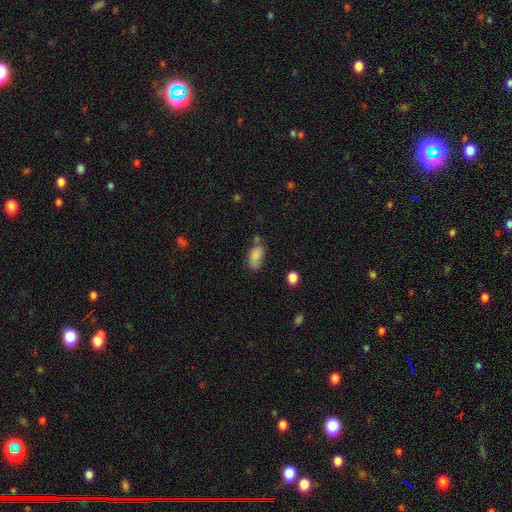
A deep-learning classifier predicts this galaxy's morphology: Smooth or featured? smooth (77%)
How rounded? in between (85%)
Merging? none (48%)